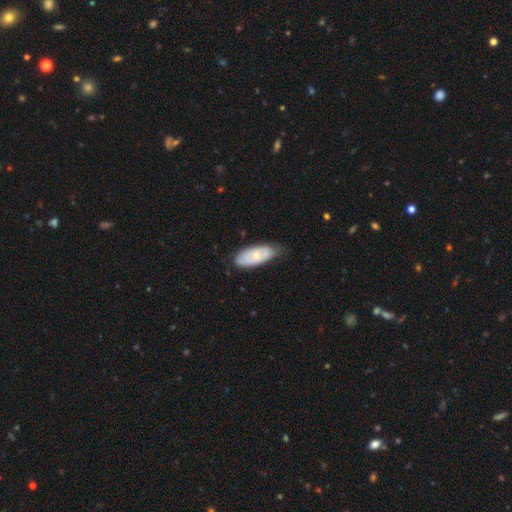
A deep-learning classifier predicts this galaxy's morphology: This is possibly a smooth galaxy (53%). How rounded: clearly in between (86%). Merging: likely none (64%).